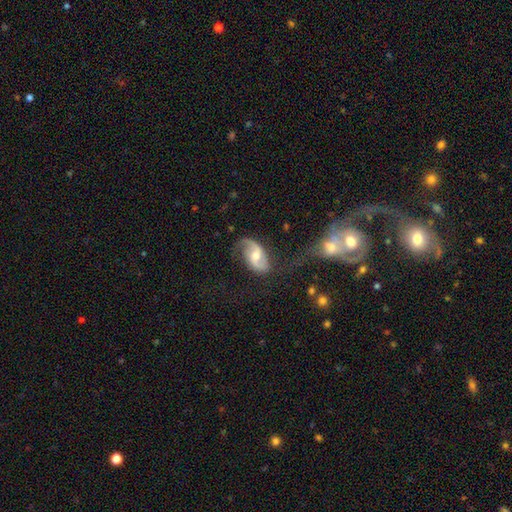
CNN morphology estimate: Overall: featured or disk (80%). Edge-on disk: no (96%). Bar: weak (43%, tied with no). Spiral arms: yes (94%). Spiral arm count: 2 (86%). Spiral winding: loose (57%; medium 33%). Bulge size: moderate (68%). Merging: none (61%; minor disturbance 22%).